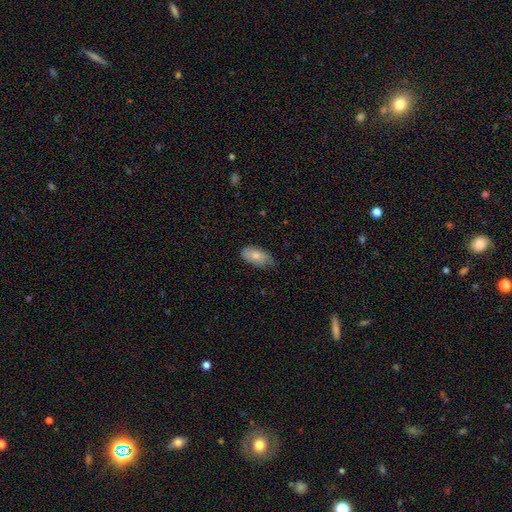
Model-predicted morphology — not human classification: A smooth galaxy with no disk features (77%) that is in between round and cigar-shaped (93%).

Vote fractions:
- Smooth or featured? smooth: 77% / featured or disk: 17% / star or artifact: 6%
- How rounded? in between: 93% / round: 4% / cigar-shaped: 3%
- Merging? none: 65% / minor disturbance: 29% / major disturbance: 4% / merger: 1%